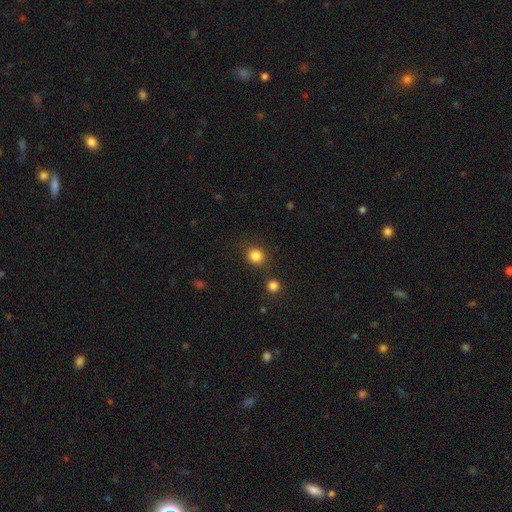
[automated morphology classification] smooth 84%, star or artifact 12%, featured or disk 4%. Down the decision tree: how rounded — round (88%); merging — none (83%).